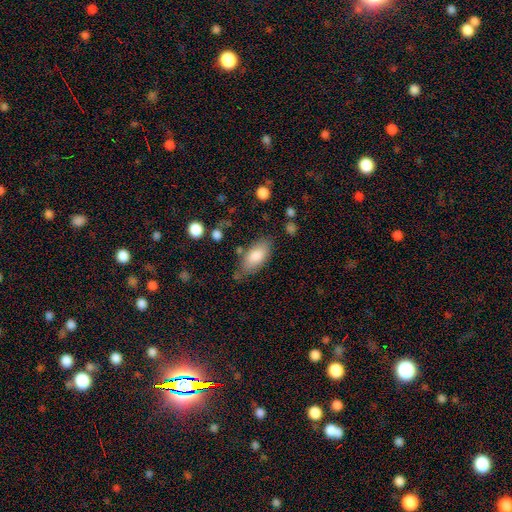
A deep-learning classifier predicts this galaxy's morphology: A smooth galaxy with no disk features (83%) that is in between round and cigar-shaped (89%). Merging: none (67%).